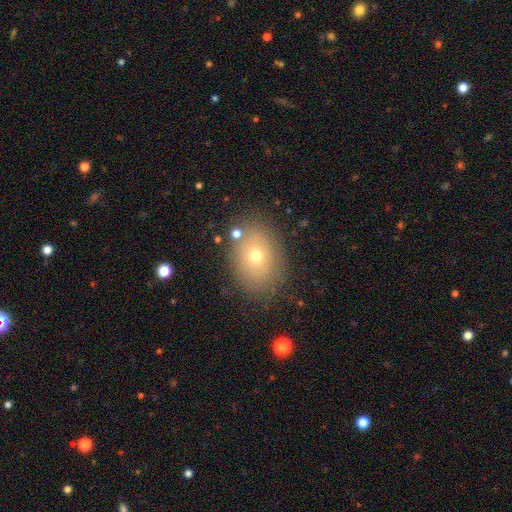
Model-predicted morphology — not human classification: Q: Smooth or featured?
A: smooth (65%); runner-up: featured or disk (21%)
Q: How rounded?
A: in between (68%); runner-up: round (30%)
Q: Merging?
A: none (81%); runner-up: minor disturbance (12%)